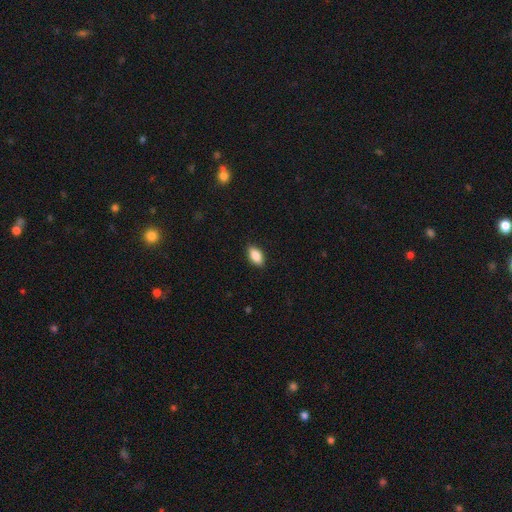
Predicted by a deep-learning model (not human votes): Morphology: type=smooth (86%); roundness=in between (90%); merging=none (87%).